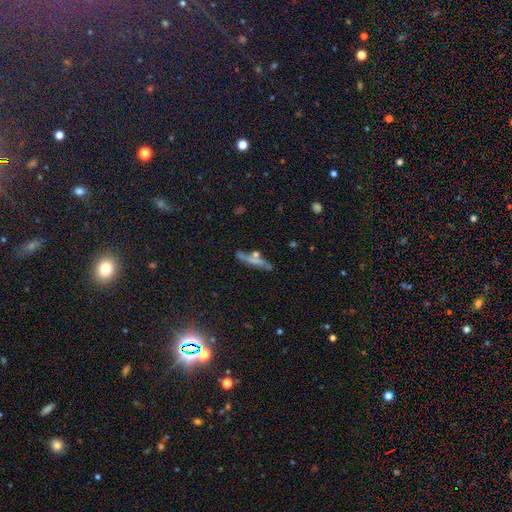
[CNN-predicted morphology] This appears to be a smooth galaxy with no disk features (44%). Merging: none (63%).